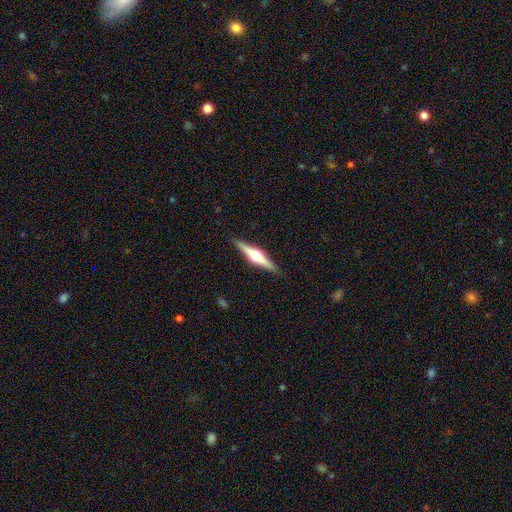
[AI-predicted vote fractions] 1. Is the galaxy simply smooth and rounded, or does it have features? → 75% featured or disk, 20% smooth, 5% star or artifact.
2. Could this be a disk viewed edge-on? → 98% yes, 2% no.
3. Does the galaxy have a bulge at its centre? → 93% rounded, 5% boxy, 2% none.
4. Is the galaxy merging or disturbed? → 91% none, 7% minor disturbance, 1% major disturbance, 1% merger.